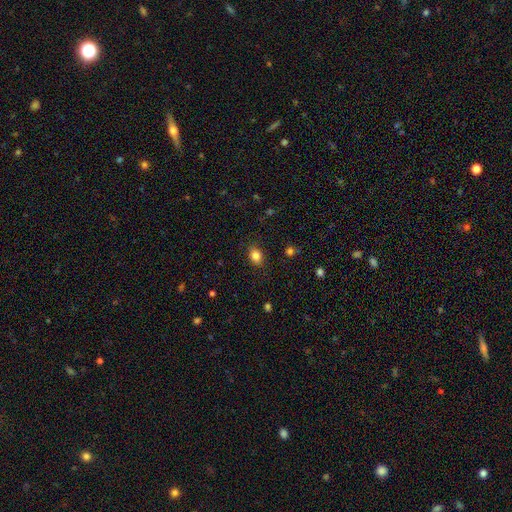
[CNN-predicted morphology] Overall: smooth (83%). How rounded: in between (76%). Merging: none (86%).